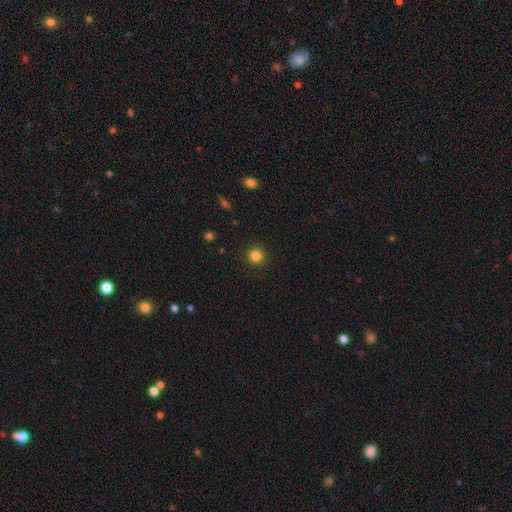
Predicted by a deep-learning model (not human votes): Morphology: type=smooth (84%); roundness=round (95%); merging=none (92%).